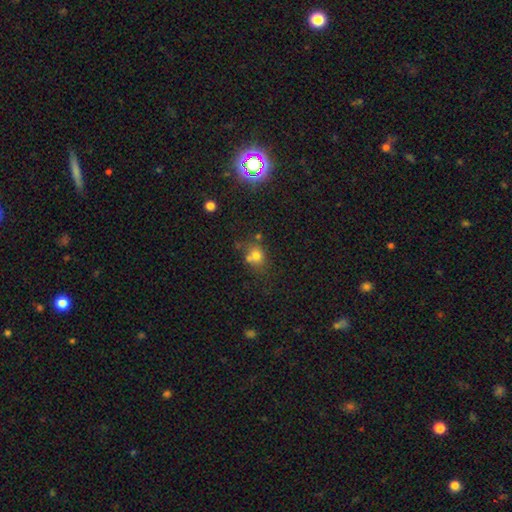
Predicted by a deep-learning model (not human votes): smooth_or_featured: smooth (p=0.72) [alt: star or artifact p=0.16]
how_rounded: round (p=0.70) [alt: in between p=0.28]
merging: none (p=0.53) [alt: merger p=0.26]